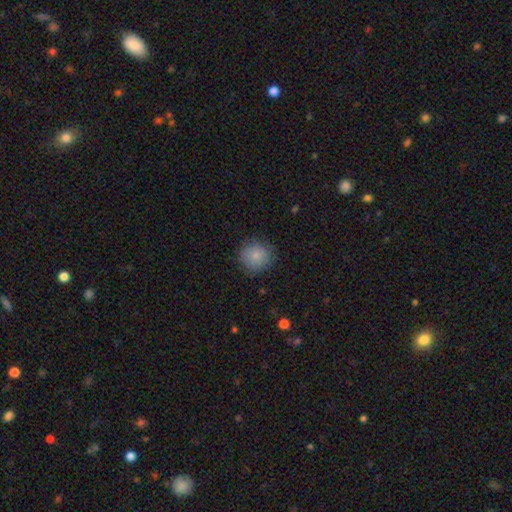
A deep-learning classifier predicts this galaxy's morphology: This is clearly a smooth galaxy (83%). How rounded: clearly round (89%). Merging: clearly none (82%).